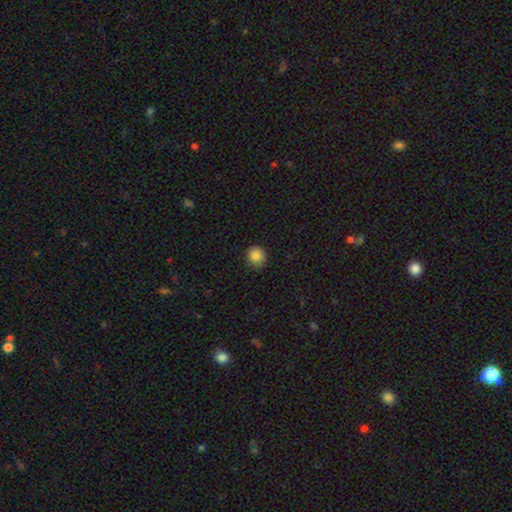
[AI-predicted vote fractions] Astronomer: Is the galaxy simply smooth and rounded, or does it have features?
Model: smooth — 85%.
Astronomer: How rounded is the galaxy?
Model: round — 86%.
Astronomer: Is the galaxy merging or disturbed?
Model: none — 90%.